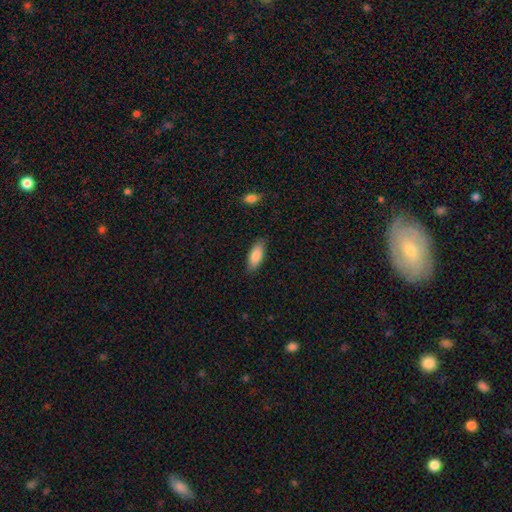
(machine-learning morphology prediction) This is clearly a smooth galaxy (86%). How rounded: likely in between (75%). Merging: clearly none (85%).